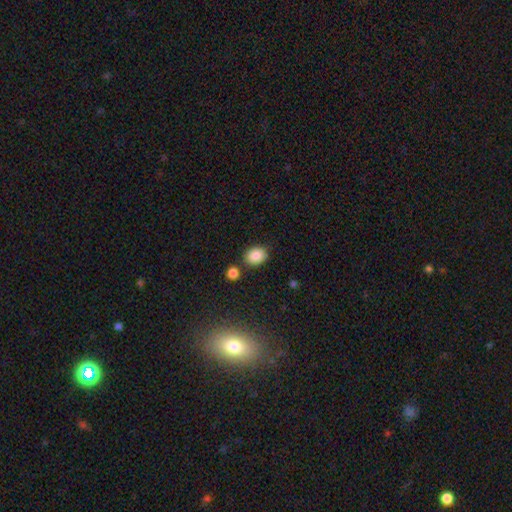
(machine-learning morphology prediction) Smooth or featured? smooth (86%)
How rounded? in between (63%)
Merging? none (80%)